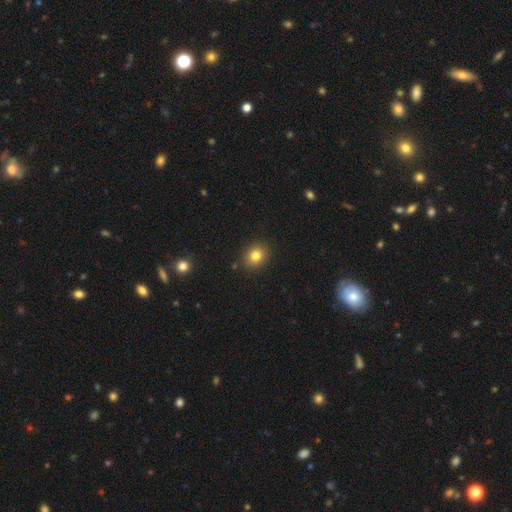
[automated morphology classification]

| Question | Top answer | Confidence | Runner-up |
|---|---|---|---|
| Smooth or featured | smooth | 82% | star or artifact (11%) |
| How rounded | round | 64% | in between (35%) |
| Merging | none | 88% | minor disturbance (8%) |